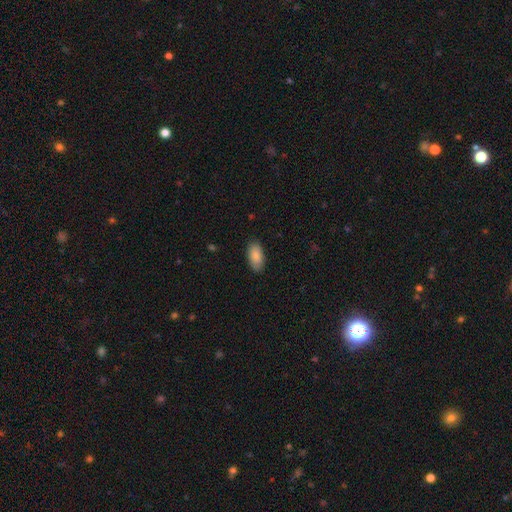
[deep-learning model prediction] Morphology: type=smooth (87%); roundness=in between (94%); merging=none (88%).